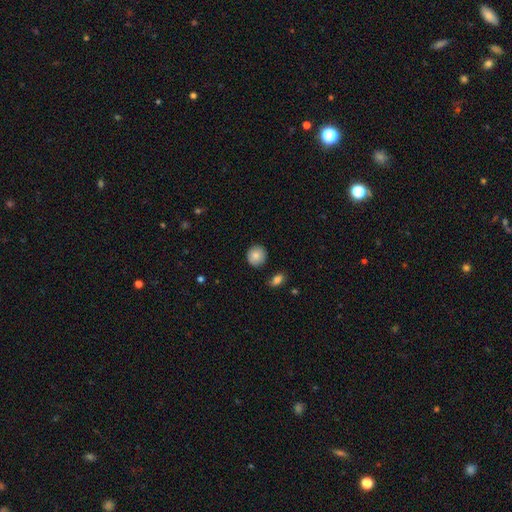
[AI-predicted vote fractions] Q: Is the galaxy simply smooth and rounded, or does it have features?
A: smooth — 85%.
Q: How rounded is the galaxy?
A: round — 90%.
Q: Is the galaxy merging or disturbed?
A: none — 87%.